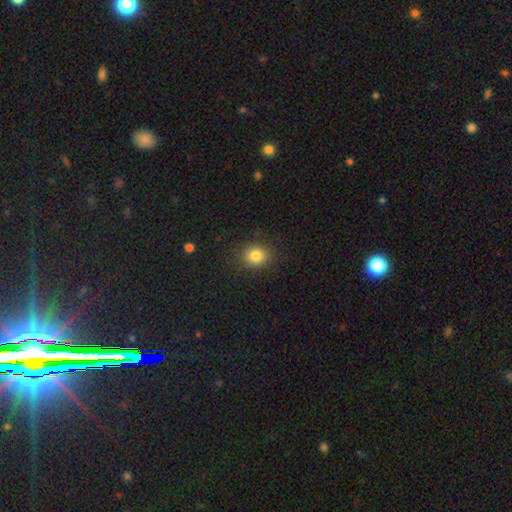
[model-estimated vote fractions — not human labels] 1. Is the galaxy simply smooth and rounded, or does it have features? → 82% smooth, 11% star or artifact, 7% featured or disk.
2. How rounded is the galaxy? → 74% round, 25% in between, 1% cigar-shaped.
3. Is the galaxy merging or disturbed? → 87% none, 9% minor disturbance, 3% major disturbance, 1% merger.